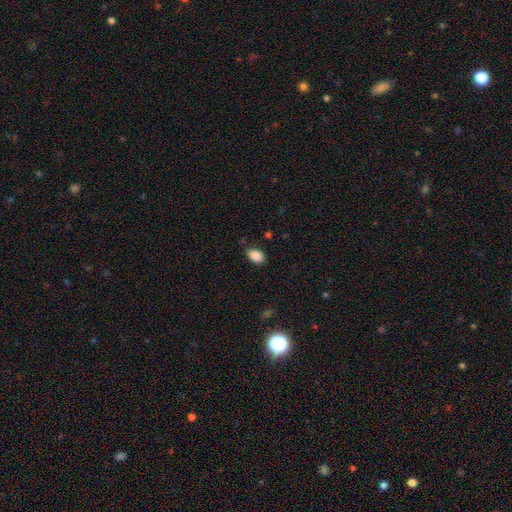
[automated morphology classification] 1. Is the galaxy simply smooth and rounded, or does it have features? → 89% smooth, 8% star or artifact, 3% featured or disk.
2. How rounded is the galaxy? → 91% in between, 8% round, 1% cigar-shaped.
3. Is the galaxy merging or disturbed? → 80% none, 15% minor disturbance, 3% major disturbance, 1% merger.